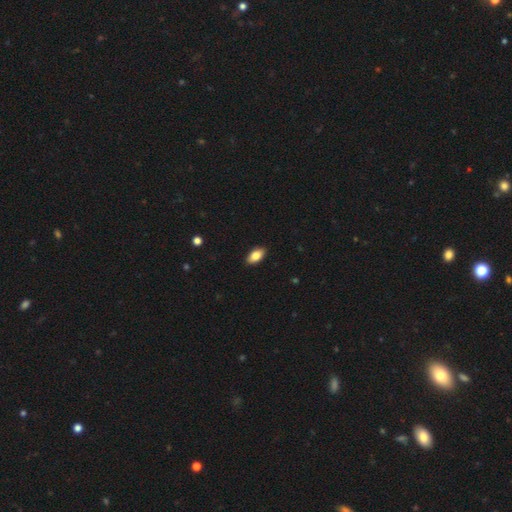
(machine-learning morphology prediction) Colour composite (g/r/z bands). It shows a smooth galaxy with no disk features (83%) that is in between round and cigar-shaped (93%). Merging: none (90%).